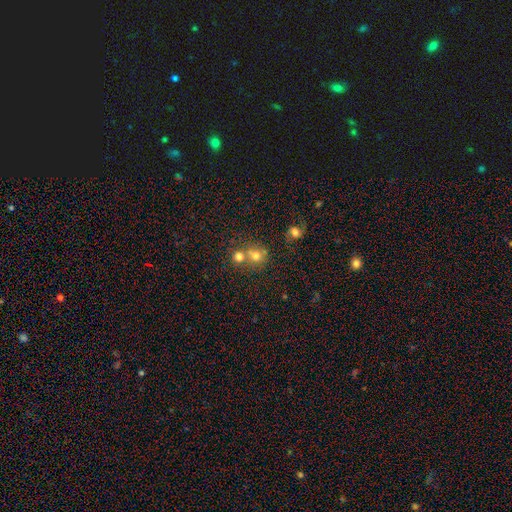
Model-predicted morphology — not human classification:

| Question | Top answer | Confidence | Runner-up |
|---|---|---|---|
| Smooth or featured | smooth | 72% | star or artifact (15%) |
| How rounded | round | 80% | in between (19%) |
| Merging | merger | 45% | none (44%) |